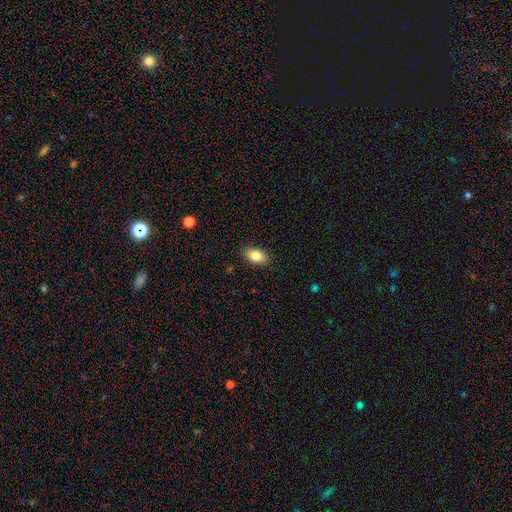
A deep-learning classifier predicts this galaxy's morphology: Smooth or featured?
  - smooth: 85% *
  - star or artifact: 8%
  - featured or disk: 7%
How rounded?
  - in between: 89% *
  - round: 9%
  - cigar-shaped: 2%
Merging?
  - none: 88% *
  - minor disturbance: 8%
  - major disturbance: 2%
  - merger: 1%